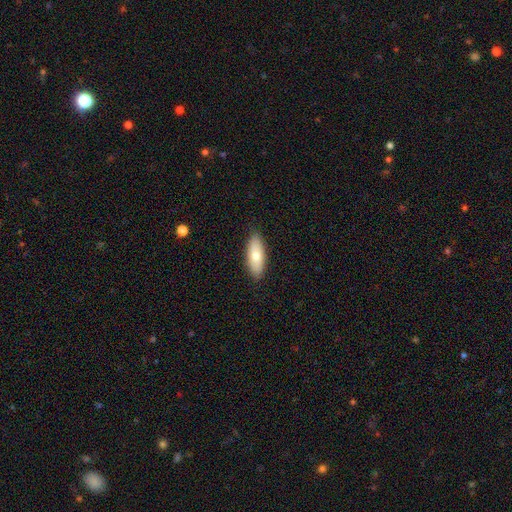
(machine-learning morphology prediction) smooth 74%, featured or disk 19%, star or artifact 6%. Down the decision tree: how rounded — in between (73%); merging — none (88%).